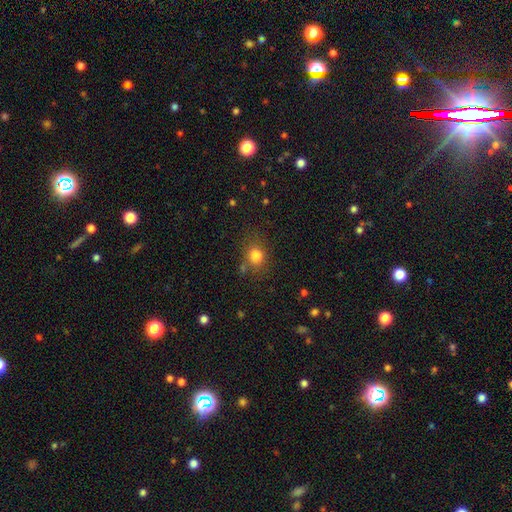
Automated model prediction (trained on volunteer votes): smooth 81%, star or artifact 12%, featured or disk 6%. Down the decision tree: how rounded — round (70%); merging — none (70%).